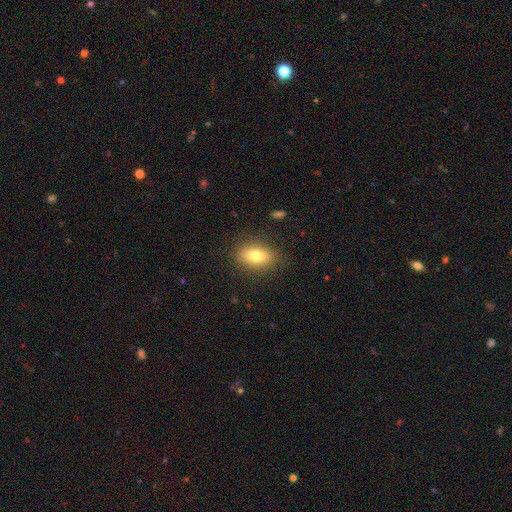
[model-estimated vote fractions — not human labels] A smooth galaxy with no disk features (76%) that is in between round and cigar-shaped (81%). Merging: none (86%).